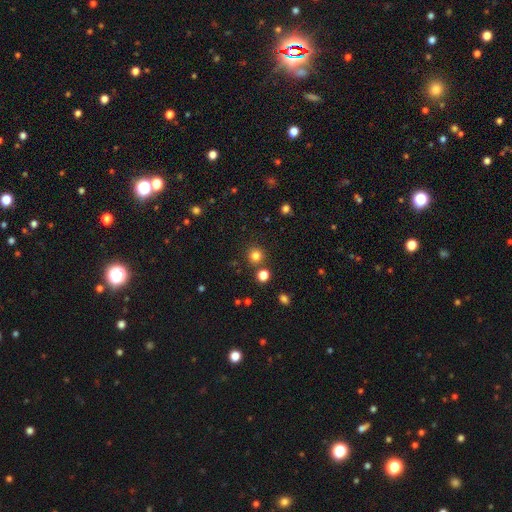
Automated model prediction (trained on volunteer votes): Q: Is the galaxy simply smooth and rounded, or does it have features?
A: smooth — 80%.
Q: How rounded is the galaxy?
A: round — 93%.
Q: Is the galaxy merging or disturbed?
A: none — 84%.